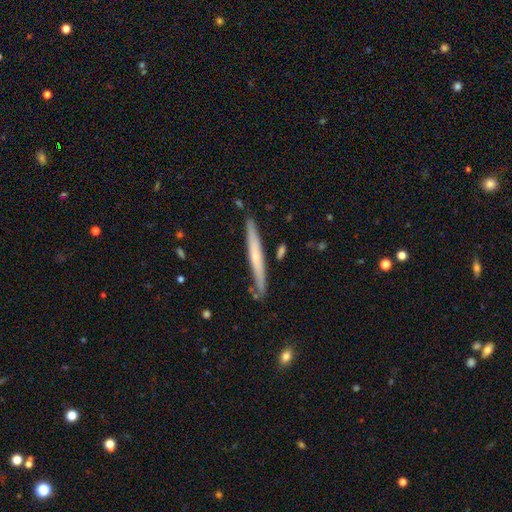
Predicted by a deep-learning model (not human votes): This appears to be a featured or disk galaxy (49%). Merging: none (83%).